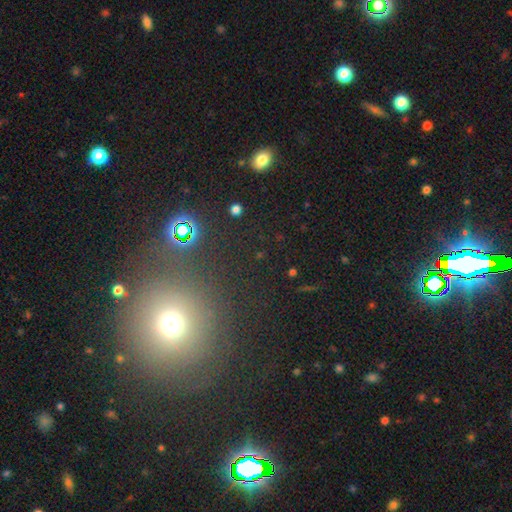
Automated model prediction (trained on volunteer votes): Morphology: type=star or artifact (51%).